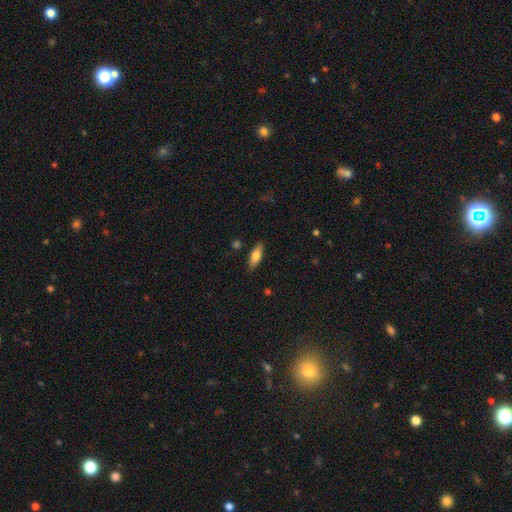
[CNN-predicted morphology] type=smooth (68%); roundness=in between (64%); merging=none (85%).